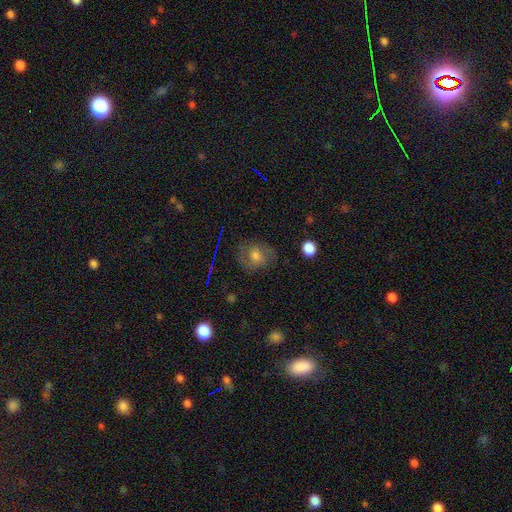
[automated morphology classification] A smooth galaxy with no disk features (44%).

Vote fractions:
- Smooth or featured? smooth: 44% / featured or disk: 42% / star or artifact: 14%
- Merging? none: 73% / minor disturbance: 17% / major disturbance: 8% / merger: 2%